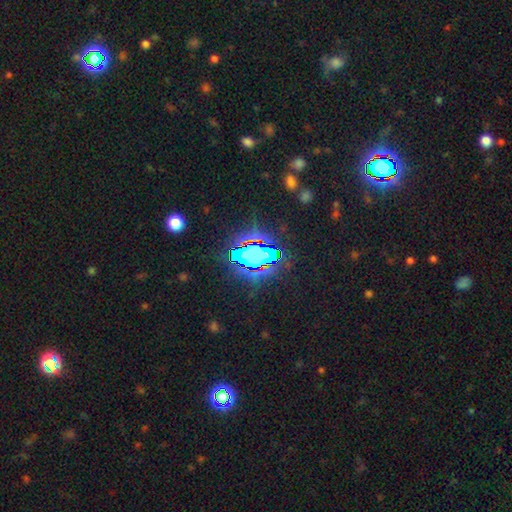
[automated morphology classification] Q: Smooth or featured?
A: star or artifact (77%); runner-up: smooth (14%)